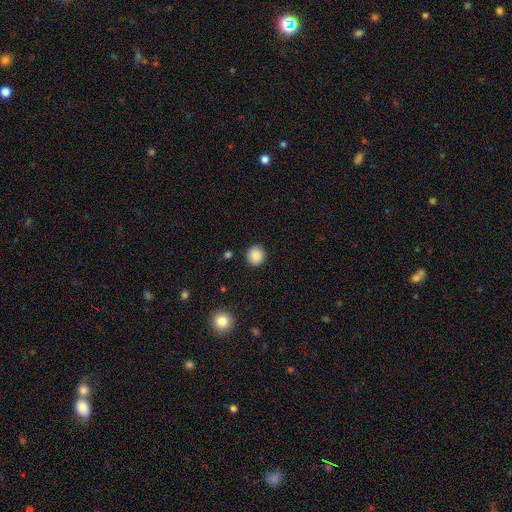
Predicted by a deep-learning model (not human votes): The model was most divided on "smooth or featured": smooth: 88%, star or artifact: 9%, featured or disk: 3%. More confident: how rounded — round (94%); merging — none (91%).